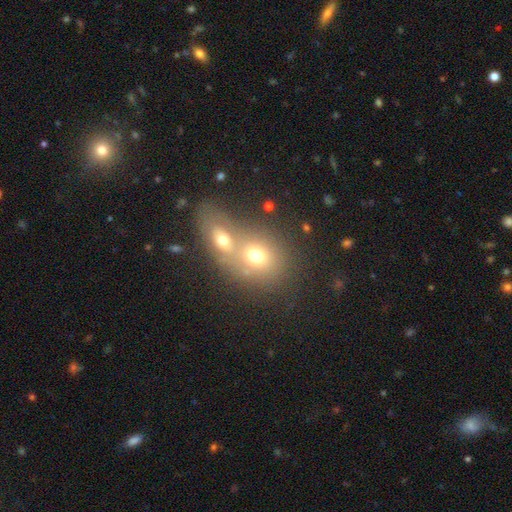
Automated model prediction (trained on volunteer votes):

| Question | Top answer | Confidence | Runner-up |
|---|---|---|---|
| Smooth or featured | smooth | 64% | featured or disk (22%) |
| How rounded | round | 58% | in between (40%) |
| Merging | merger | 66% | none (24%) |